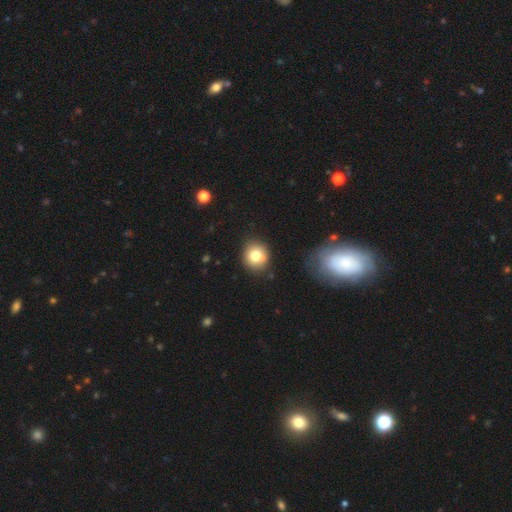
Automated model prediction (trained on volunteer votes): Smooth or featured?
  - smooth: 78% *
  - featured or disk: 11%
  - star or artifact: 11%
How rounded?
  - round: 86% *
  - in between: 13%
  - cigar-shaped: 1%
Merging?
  - none: 82% *
  - minor disturbance: 12%
  - merger: 3%
  - major disturbance: 3%